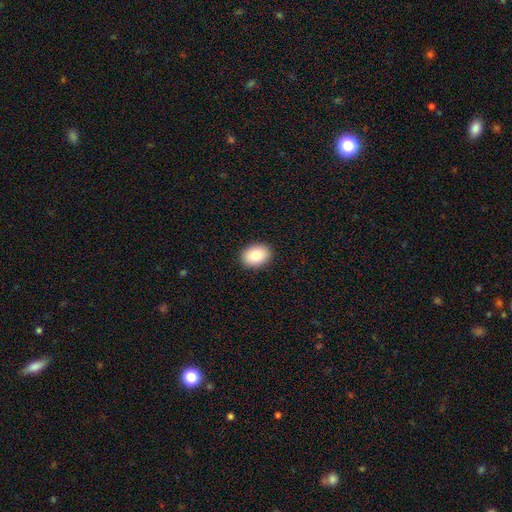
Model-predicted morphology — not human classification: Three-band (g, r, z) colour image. It shows a smooth galaxy with no disk features (82%) that is in between round and cigar-shaped (72%). Merging: none (90%).